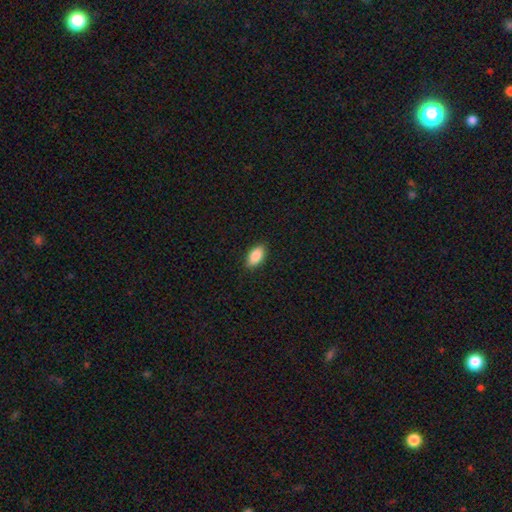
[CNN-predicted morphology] Smooth or featured? smooth (88%)
How rounded? in between (92%)
Merging? none (89%)